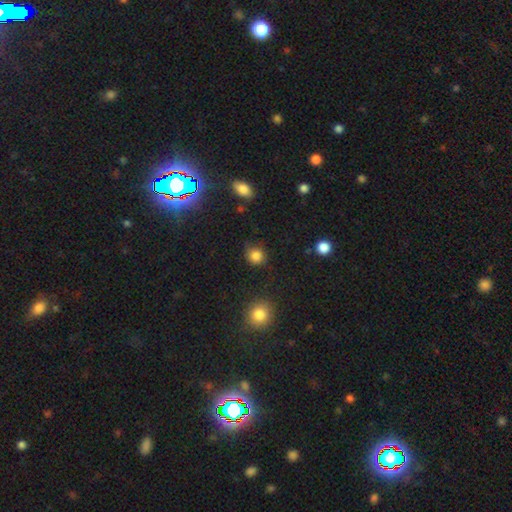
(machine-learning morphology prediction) A smooth galaxy with no disk features (84%) that is round (85%).

Vote fractions:
- Smooth or featured? smooth: 84% / star or artifact: 11% / featured or disk: 5%
- How rounded? round: 85% / in between: 14% / cigar-shaped: 1%
- Merging? none: 78% / minor disturbance: 15% / major disturbance: 4% / merger: 2%